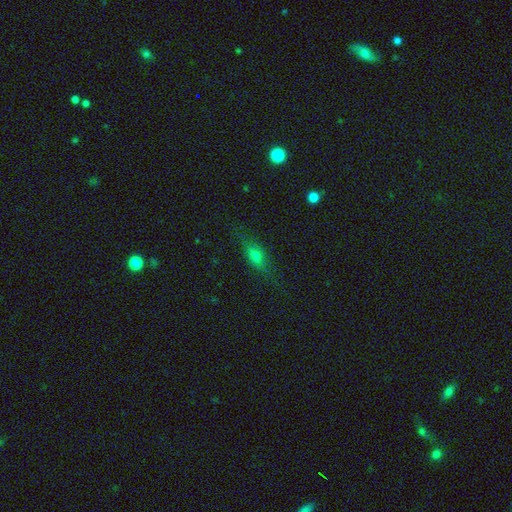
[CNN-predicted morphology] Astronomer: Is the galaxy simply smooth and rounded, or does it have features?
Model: smooth — 57%.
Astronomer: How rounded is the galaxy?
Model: in between — 59%.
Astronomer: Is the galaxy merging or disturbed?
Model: none — 79%.